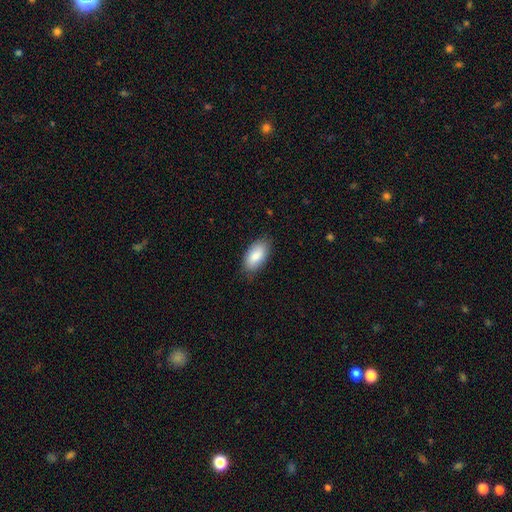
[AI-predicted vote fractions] smooth 87%, featured or disk 7%, star or artifact 6%. Down the decision tree: how rounded — in between (94%); merging — none (82%).